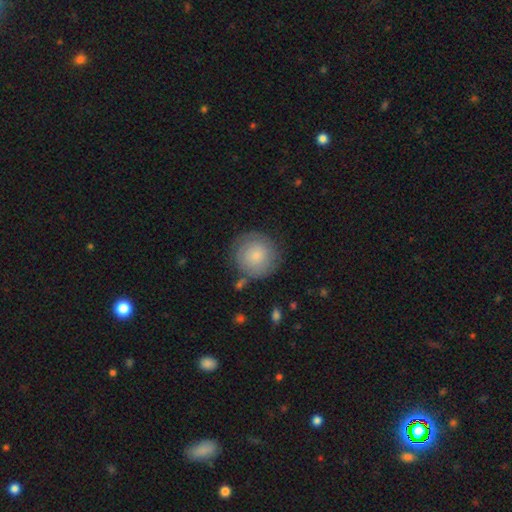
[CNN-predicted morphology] A smooth galaxy with no disk features (63%) that is round (93%). Merging: none (75%).